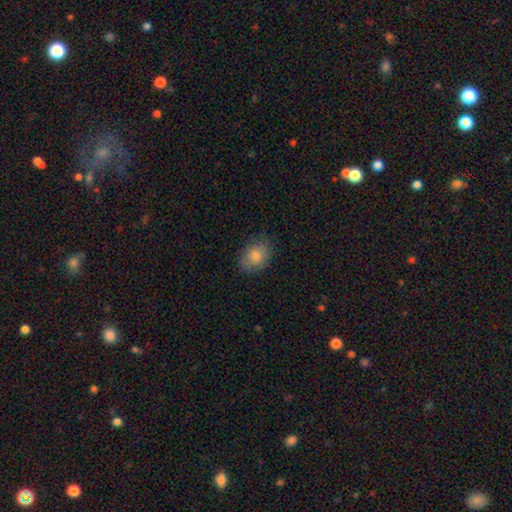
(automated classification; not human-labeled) A smooth galaxy with no disk features (81%) that is in between round and cigar-shaped (74%).

Vote fractions:
- Smooth or featured? smooth: 81% / featured or disk: 11% / star or artifact: 9%
- How rounded? in between: 74% / round: 24% / cigar-shaped: 1%
- Merging? none: 83% / minor disturbance: 13% / major disturbance: 3% / merger: 1%